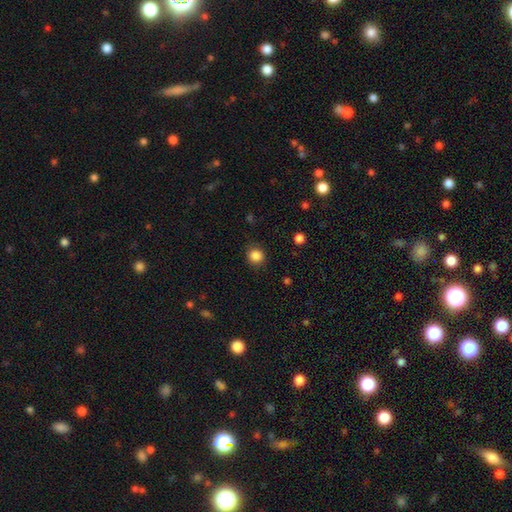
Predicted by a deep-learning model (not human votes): A smooth galaxy with no disk features (86%) that is round (87%). Merging: none (85%).